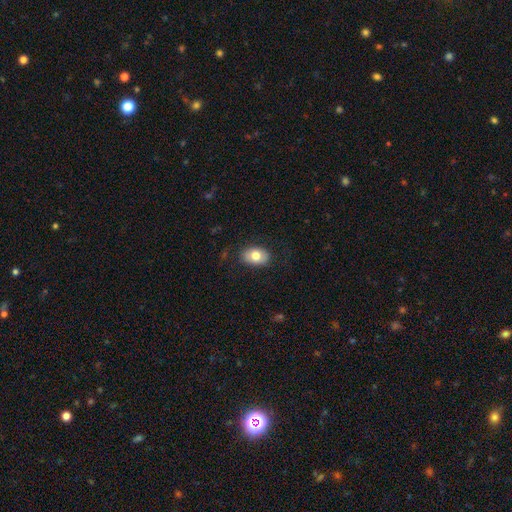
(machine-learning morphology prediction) Smooth or featured? Predicted: smooth (p=0.76). How rounded? Predicted: in between (p=0.81). Merging? Predicted: none (p=0.84).